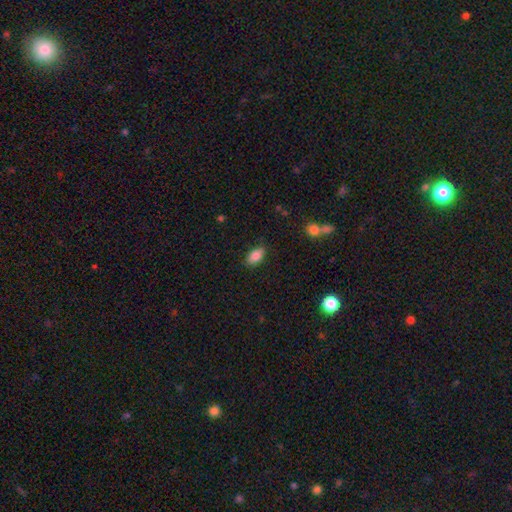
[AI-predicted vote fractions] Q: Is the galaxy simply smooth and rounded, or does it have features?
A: smooth — 84%.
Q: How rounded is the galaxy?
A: in between — 91%.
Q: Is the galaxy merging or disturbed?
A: none — 85%.